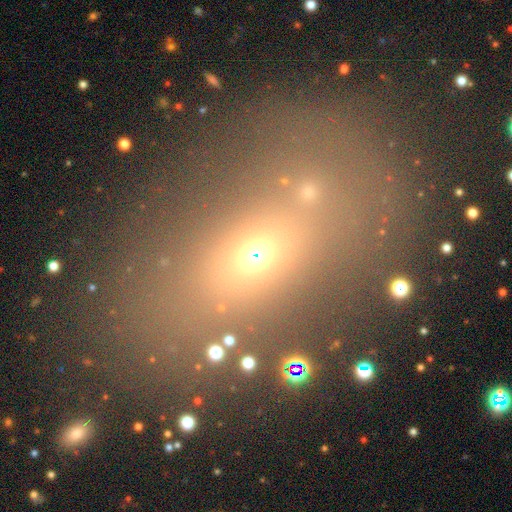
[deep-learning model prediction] smooth_or_featured: smooth (p=0.52) [alt: star or artifact p=0.30]
how_rounded: in between (p=0.70) [alt: round p=0.19]
merging: none (p=0.67) [alt: minor disturbance p=0.14]